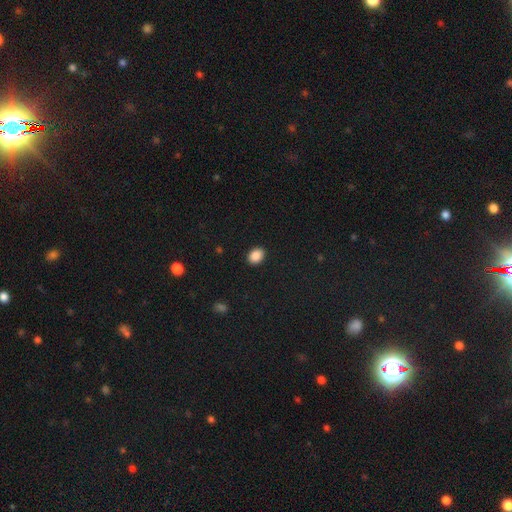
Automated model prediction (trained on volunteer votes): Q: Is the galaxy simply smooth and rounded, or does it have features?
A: smooth — 88%.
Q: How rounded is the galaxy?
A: in between — 66%.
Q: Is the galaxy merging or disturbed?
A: none — 90%.